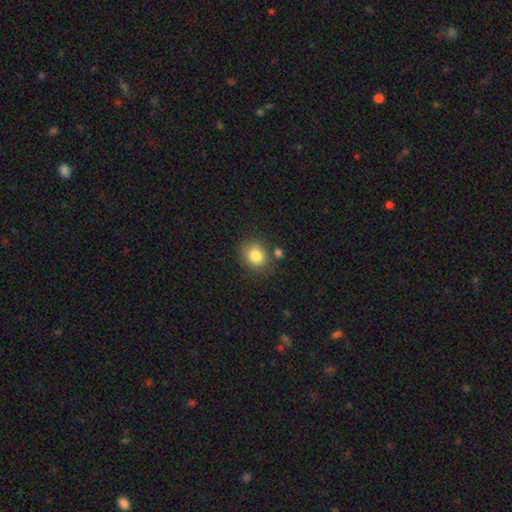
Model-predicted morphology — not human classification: Smooth or featured? Predicted: smooth (p=0.82). How rounded? Predicted: round (p=0.65). Merging? Predicted: none (p=0.73).